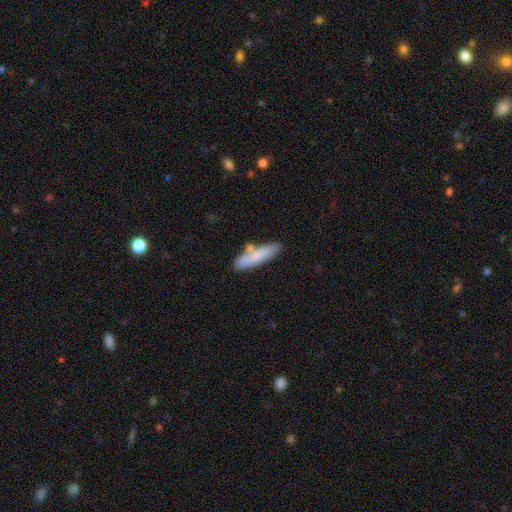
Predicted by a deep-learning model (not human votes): Morphology: type=smooth (75%); roundness=cigar-shaped (73%); merging=none (69%).